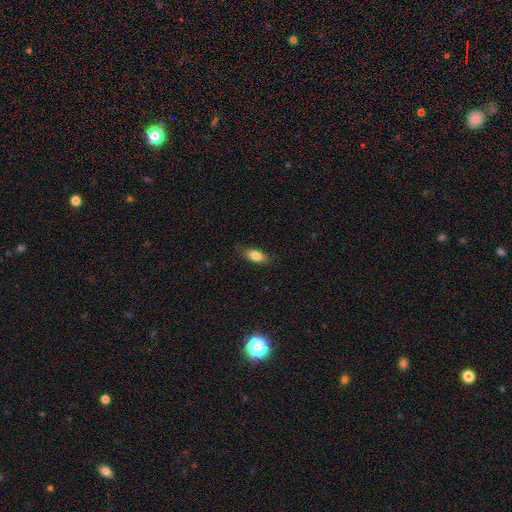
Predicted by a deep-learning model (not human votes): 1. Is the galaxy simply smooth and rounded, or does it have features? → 82% smooth, 10% featured or disk, 8% star or artifact.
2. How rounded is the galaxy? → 84% in between, 12% cigar-shaped, 4% round.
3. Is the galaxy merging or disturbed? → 80% none, 16% minor disturbance, 3% major disturbance, 1% merger.